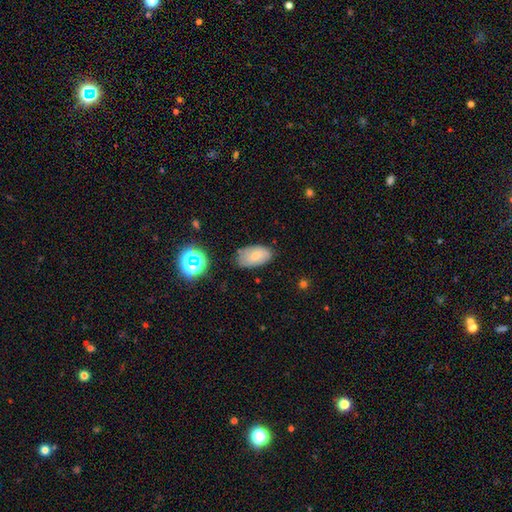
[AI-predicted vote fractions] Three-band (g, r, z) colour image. It shows a smooth galaxy with no disk features (74%) that is in between round and cigar-shaped (93%). Merging: none (71%).